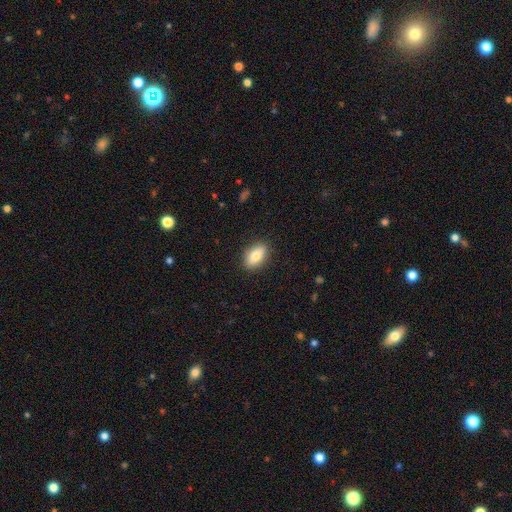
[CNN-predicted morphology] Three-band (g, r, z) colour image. It shows a smooth galaxy with no disk features (78%) that is in between round and cigar-shaped (86%). Merging: none (88%).